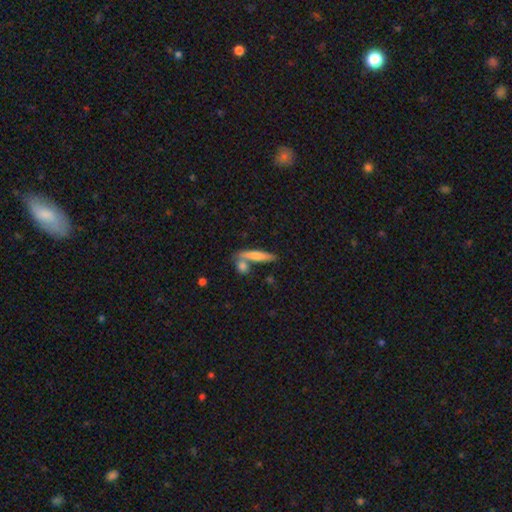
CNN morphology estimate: This is likely a smooth galaxy (71%). How rounded: clearly cigar-shaped (81%). Merging: likely none (62%).